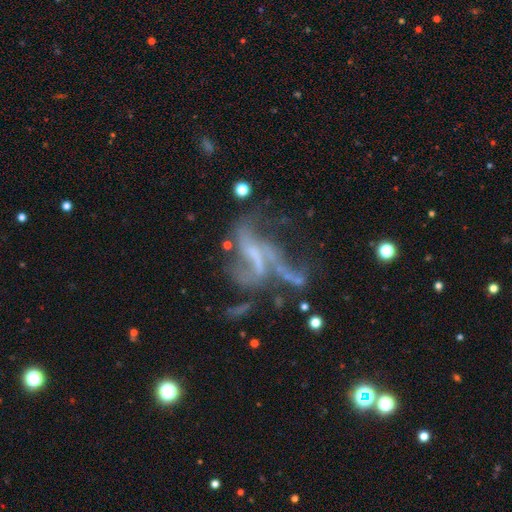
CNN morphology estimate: featured or disk 68%, star or artifact 17%, smooth 15%. Down the decision tree: edge-on disk — no (93%); bar — no (48%); spiral arms — no (51%); bulge size — none (60%); merging — major disturbance (43%).